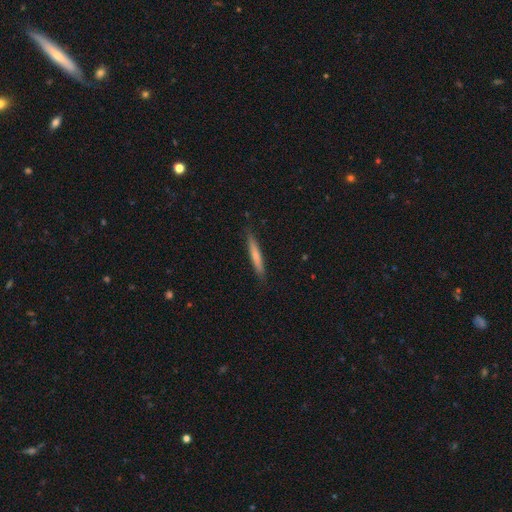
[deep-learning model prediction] Smooth or featured?
  - smooth: 69% *
  - featured or disk: 25%
  - star or artifact: 5%
How rounded?
  - cigar-shaped: 95% *
  - in between: 4%
  - round: 1%
Merging?
  - none: 87% *
  - minor disturbance: 10%
  - major disturbance: 2%
  - merger: 1%